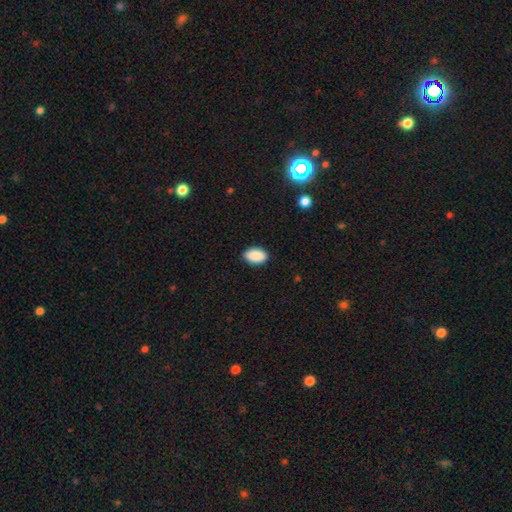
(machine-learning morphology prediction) A smooth galaxy with no disk features (90%) that is in between round and cigar-shaped (93%).

Vote fractions:
- Smooth or featured? smooth: 90% / star or artifact: 7% / featured or disk: 3%
- How rounded? in between: 93% / round: 6% / cigar-shaped: 2%
- Merging? none: 88% / minor disturbance: 10% / major disturbance: 2% / merger: 1%